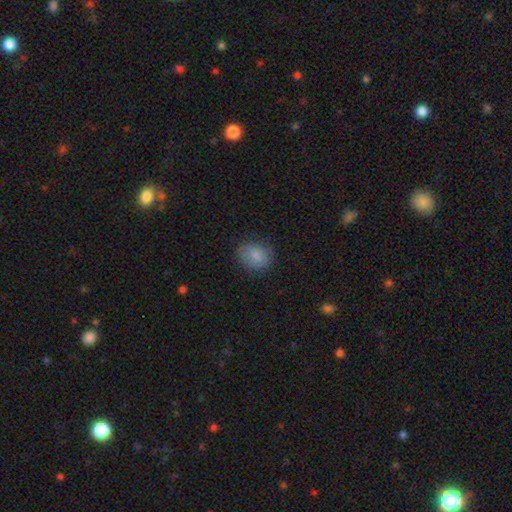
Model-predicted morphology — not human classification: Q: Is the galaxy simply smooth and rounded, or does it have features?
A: smooth — 84%.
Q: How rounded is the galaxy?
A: round — 51%.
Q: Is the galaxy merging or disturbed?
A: none — 76%.